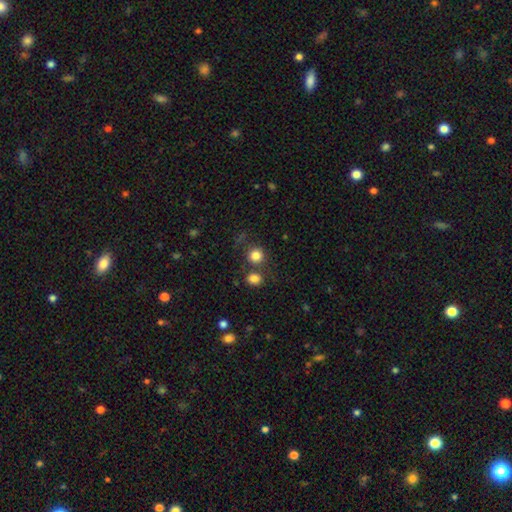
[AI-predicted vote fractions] Q: Smooth or featured?
A: smooth (82%); runner-up: star or artifact (12%)
Q: How rounded?
A: round (87%); runner-up: in between (12%)
Q: Merging?
A: none (69%); runner-up: merger (18%)